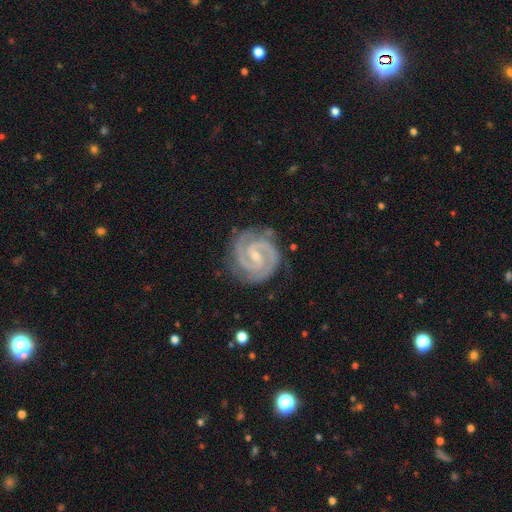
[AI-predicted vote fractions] The model was most divided on "bar": weak: 46%, no: 27%, strong: 26%. More confident: spiral arms — yes (99%); edge-on disk — no (98%); smooth or featured — featured or disk (94%); spiral arm count — 2 (87%); merging — none (81%); bulge size — small (71%); spiral winding — tight (69%).